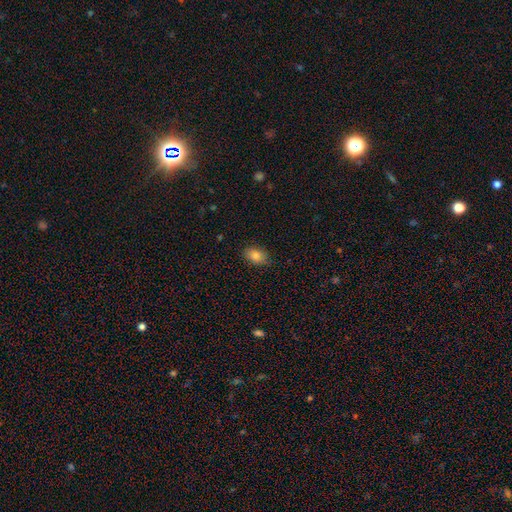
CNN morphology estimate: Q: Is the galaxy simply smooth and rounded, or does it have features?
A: smooth — 83%.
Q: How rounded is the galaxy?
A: in between — 84%.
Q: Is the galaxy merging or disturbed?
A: none — 84%.